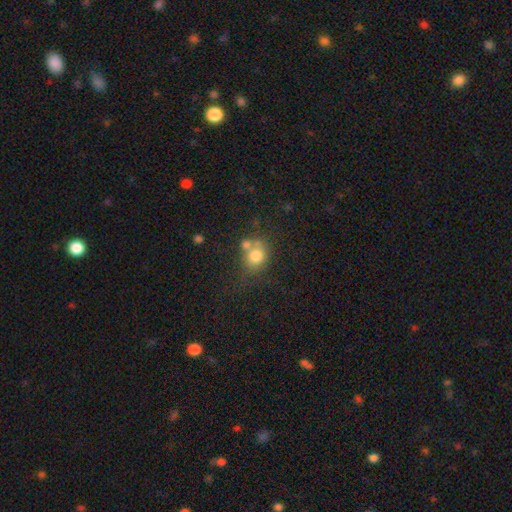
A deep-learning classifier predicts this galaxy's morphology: Overall: smooth (77%). How rounded: round (67%; in between 32%). Merging: none (44%; merger 31%).